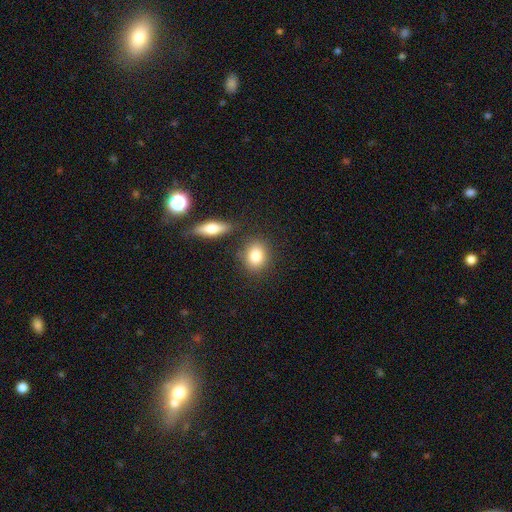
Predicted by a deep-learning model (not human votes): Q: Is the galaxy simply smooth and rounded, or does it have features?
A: smooth — 83%.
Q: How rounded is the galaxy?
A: round — 49%.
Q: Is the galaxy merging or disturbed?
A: none — 78%.